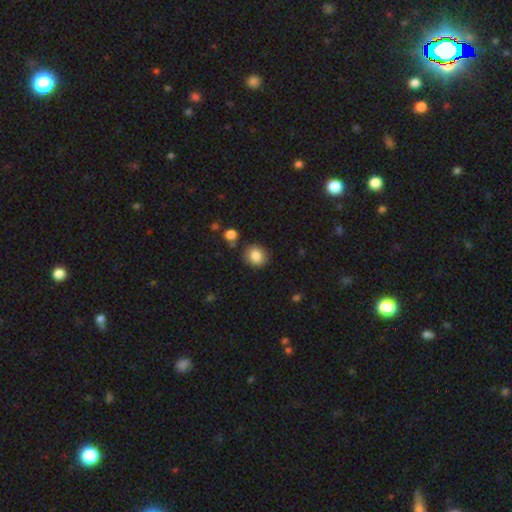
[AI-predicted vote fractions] Overall: smooth (85%). How rounded: round (74%). Merging: none (84%).